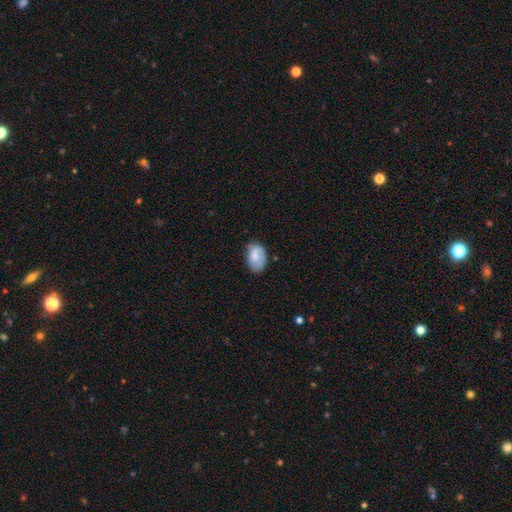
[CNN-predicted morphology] A smooth galaxy with no disk features (78%) that is in between round and cigar-shaped (88%). Merging: none (61%).